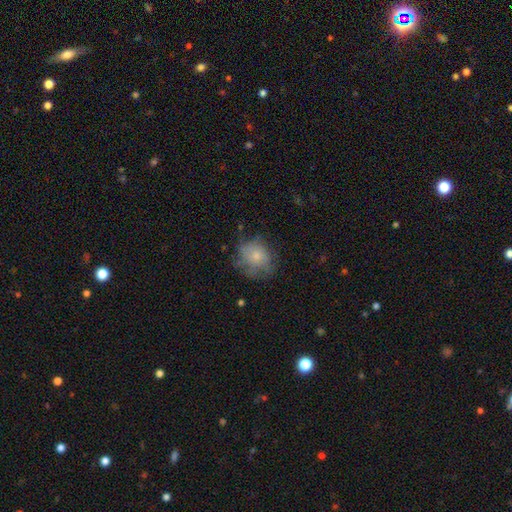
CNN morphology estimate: This is likely a smooth galaxy (64%). How rounded: likely round (70%). Merging: possibly none (55%).